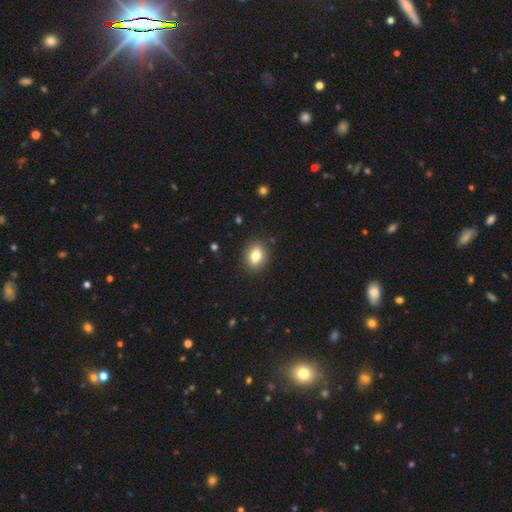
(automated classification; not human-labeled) smooth-or-featured: smooth: 81% | star or artifact: 10% | featured or disk: 9%
  how-rounded: in between: 63% | round: 36% | cigar-shaped: 2%
  merging: none: 88% | minor disturbance: 9% | major disturbance: 2% | merger: 1%